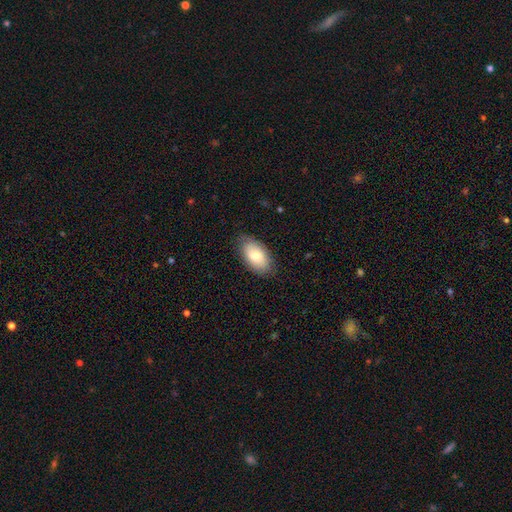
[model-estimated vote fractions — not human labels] A smooth galaxy with no disk features (75%) that is in between round and cigar-shaped (94%).

Vote fractions:
- Smooth or featured? smooth: 75% / featured or disk: 18% / star or artifact: 6%
- How rounded? in between: 94% / round: 4% / cigar-shaped: 2%
- Merging? none: 81% / minor disturbance: 16% / major disturbance: 3% / merger: 1%